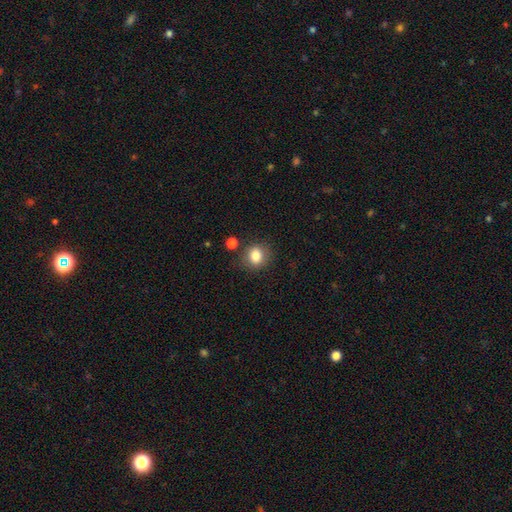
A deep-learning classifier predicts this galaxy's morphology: This appears to be a smooth galaxy with no disk features (83%) that is round (69%). Merging: none (79%).